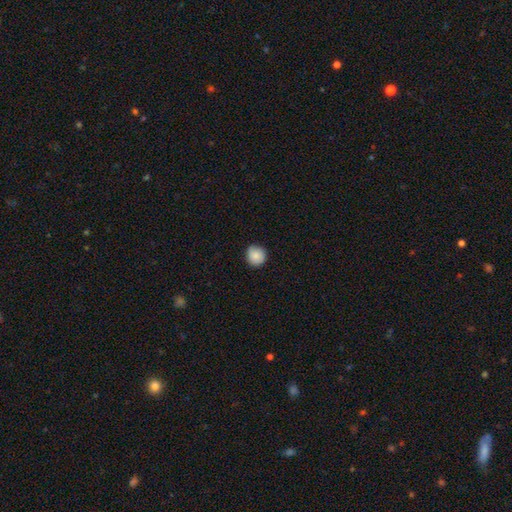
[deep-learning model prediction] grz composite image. It shows a smooth galaxy with no disk features (86%) that is round (92%). Merging: none (85%).